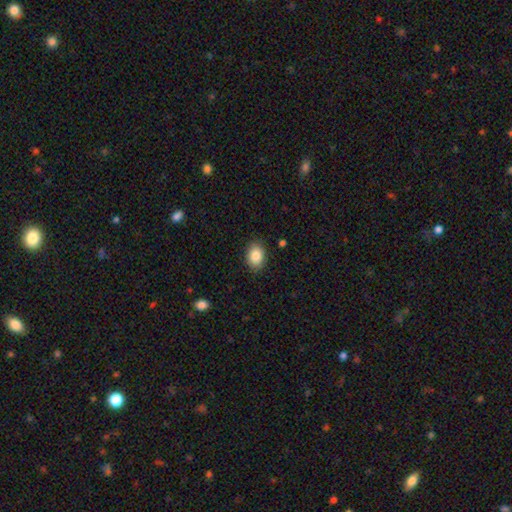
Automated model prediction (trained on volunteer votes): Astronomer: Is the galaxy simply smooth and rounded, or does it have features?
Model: smooth — 86%.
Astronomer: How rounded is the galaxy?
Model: in between — 75%.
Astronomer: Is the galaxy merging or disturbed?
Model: none — 87%.